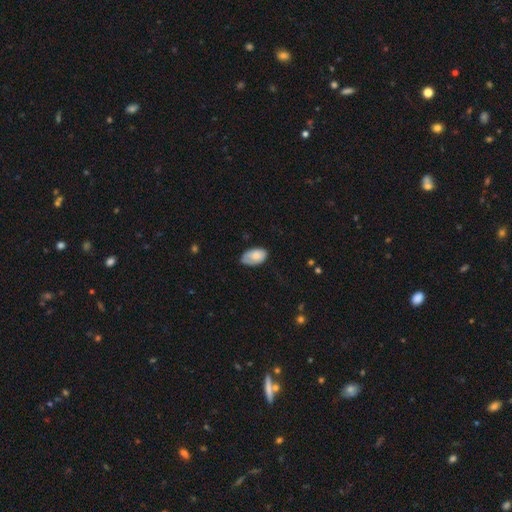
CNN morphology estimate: A smooth galaxy with no disk features (77%) that is in between round and cigar-shaped (93%). Merging: none (55%).